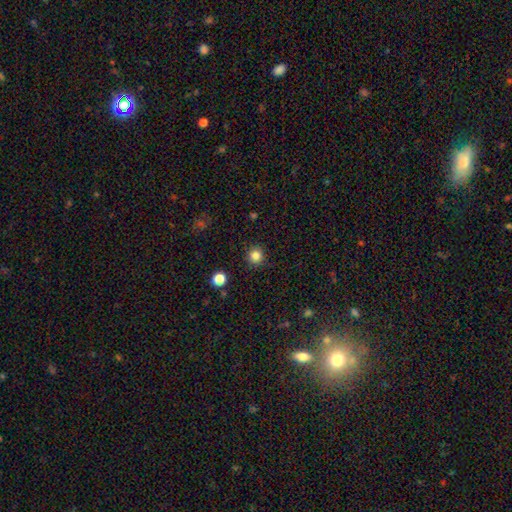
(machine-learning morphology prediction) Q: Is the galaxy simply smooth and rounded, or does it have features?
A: smooth — 83%.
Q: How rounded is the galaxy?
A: round — 93%.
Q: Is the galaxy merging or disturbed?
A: none — 91%.